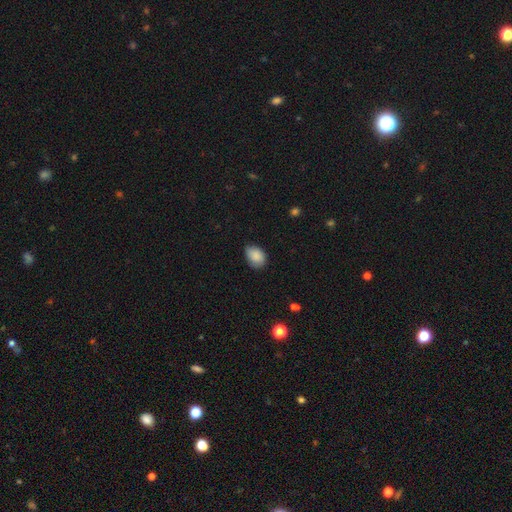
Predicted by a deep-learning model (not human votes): This appears to be a smooth galaxy with no disk features (87%) that is in between round and cigar-shaped (72%). Merging: none (64%).